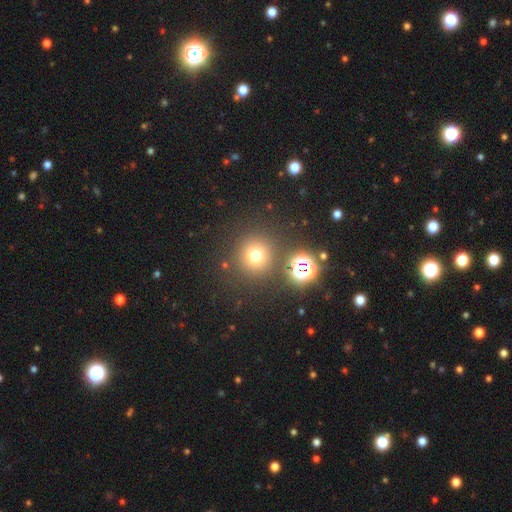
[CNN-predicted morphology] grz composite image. It shows a smooth galaxy with no disk features (69%) that is round (94%). Merging: none (84%).